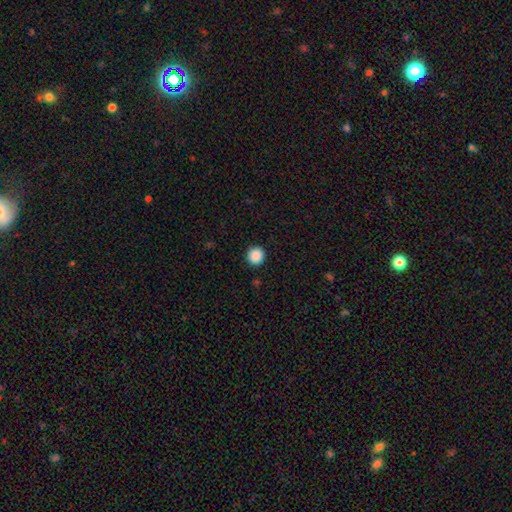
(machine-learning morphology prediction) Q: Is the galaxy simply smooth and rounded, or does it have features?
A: smooth — 88%.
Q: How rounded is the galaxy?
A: round — 94%.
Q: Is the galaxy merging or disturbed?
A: none — 92%.